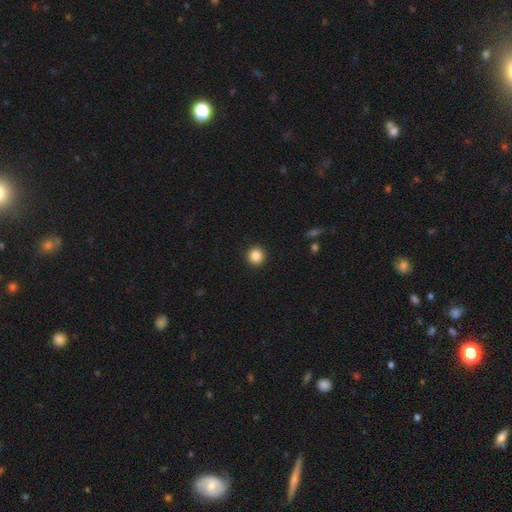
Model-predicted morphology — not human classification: smooth 87%, star or artifact 10%, featured or disk 4%. Down the decision tree: how rounded — round (93%); merging — none (93%).